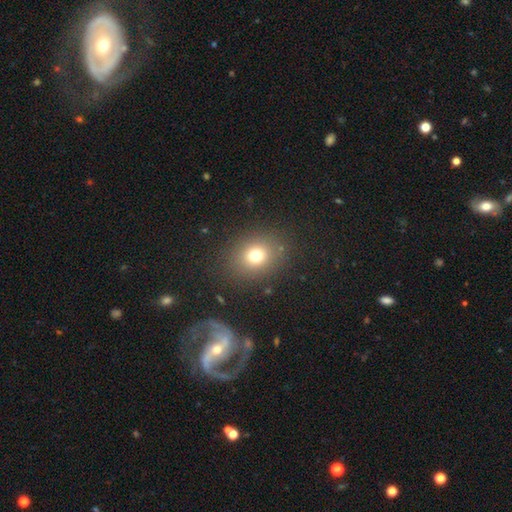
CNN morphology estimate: The model was most divided on "how rounded": round: 65%, in between: 34%, cigar-shaped: 1%. More confident: merging — none (86%); smooth or featured — smooth (74%).